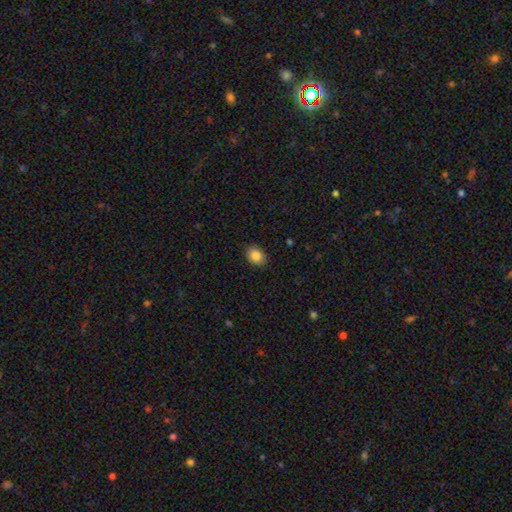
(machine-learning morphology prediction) Smooth or featured? smooth (86%)
How rounded? in between (69%)
Merging? none (86%)